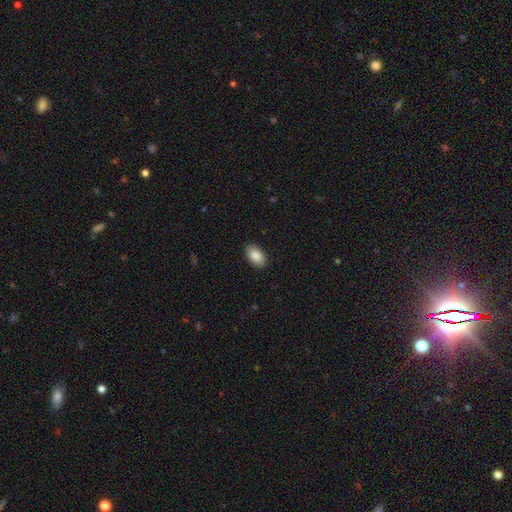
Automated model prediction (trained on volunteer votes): smooth 89%, star or artifact 7%, featured or disk 5%. Down the decision tree: how rounded — in between (93%); merging — none (89%).